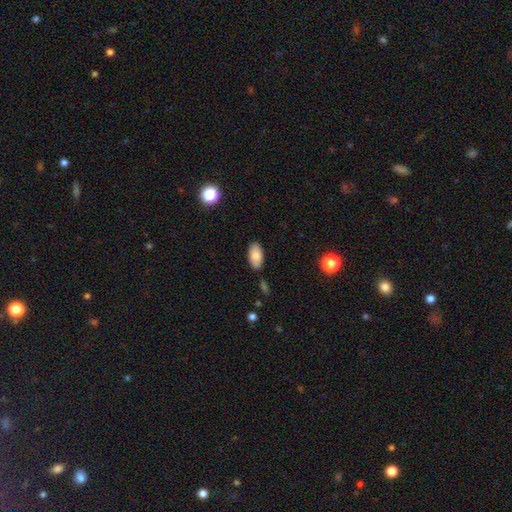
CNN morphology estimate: Q: Smooth or featured?
A: smooth (83%); runner-up: featured or disk (10%)
Q: How rounded?
A: in between (94%); runner-up: cigar-shaped (3%)
Q: Merging?
A: none (82%); runner-up: minor disturbance (13%)